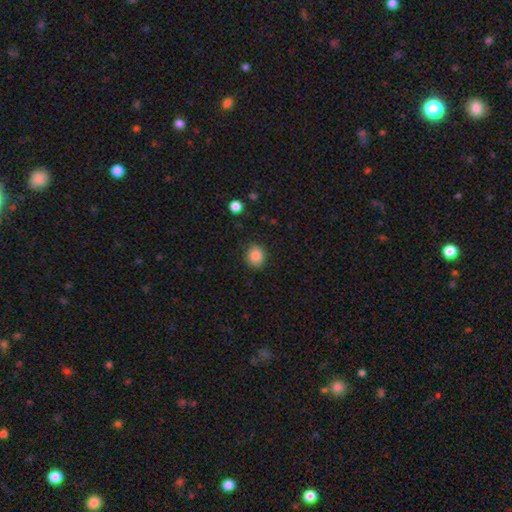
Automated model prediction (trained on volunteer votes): smooth 87%, star or artifact 9%, featured or disk 4%. Down the decision tree: how rounded — round (69%); merging — none (85%).